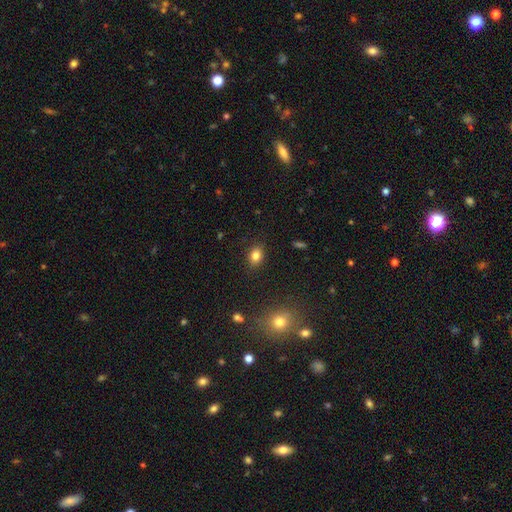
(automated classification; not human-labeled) Smooth or featured: smooth — 82% (star or artifact — 11%)
How rounded: in between — 60% (round — 39%)
Merging: none — 87% (minor disturbance — 9%)